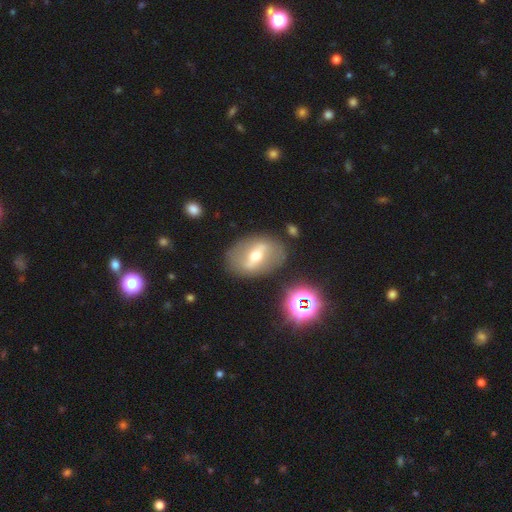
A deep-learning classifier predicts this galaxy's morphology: A featured or disk galaxy (65%) with a strong bar (60%), no spiral arms (60%) and a moderate central bulge (68%). Merging: none (81%).